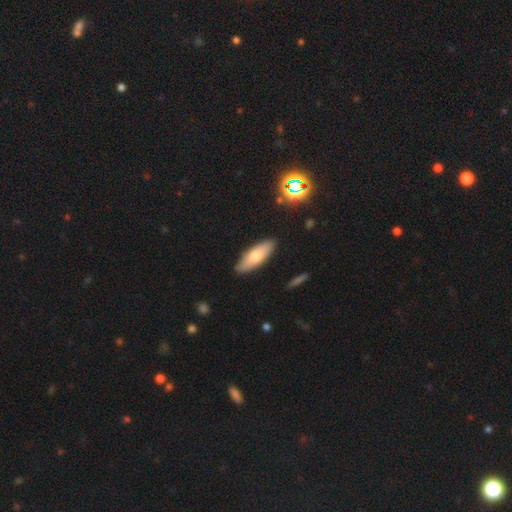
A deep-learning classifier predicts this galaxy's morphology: smooth_or_featured: smooth (p=0.66) [alt: featured or disk p=0.27]
how_rounded: in between (p=0.60) [alt: cigar-shaped p=0.38]
merging: none (p=0.88) [alt: minor disturbance p=0.09]